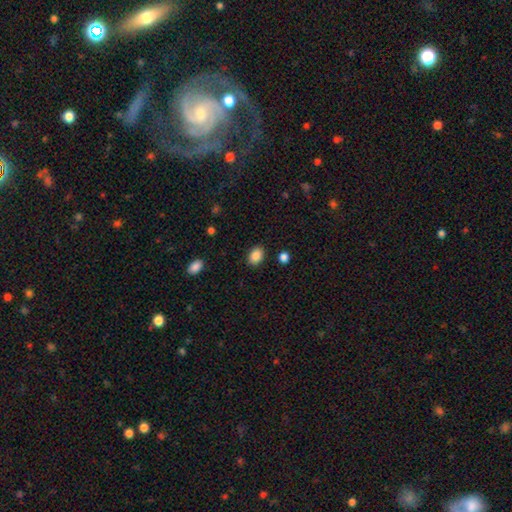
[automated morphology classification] Smooth or featured? smooth (87%)
How rounded? in between (74%)
Merging? none (87%)